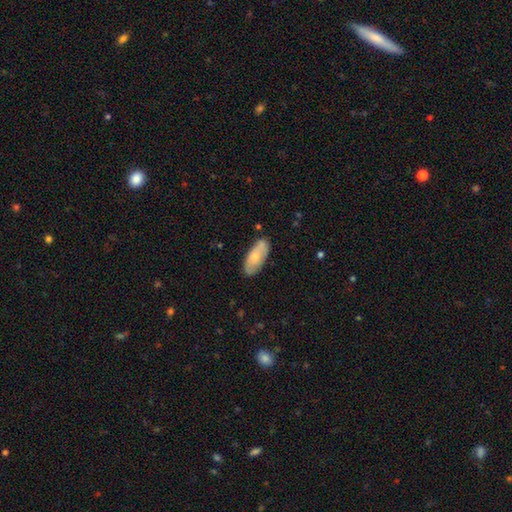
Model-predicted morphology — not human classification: Smooth or featured? smooth (69%)
How rounded? in between (83%)
Merging? none (77%)